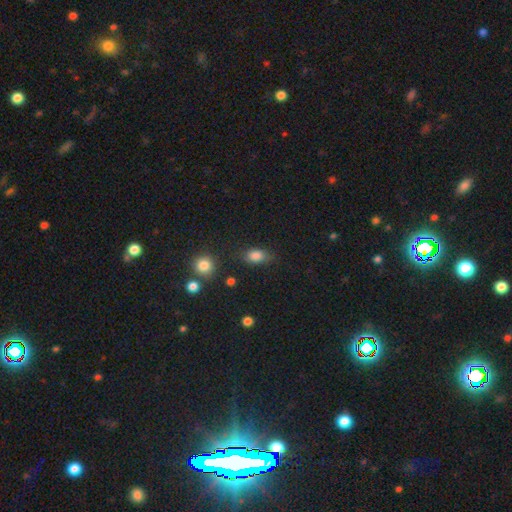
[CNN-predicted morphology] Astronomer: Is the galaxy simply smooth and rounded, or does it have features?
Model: smooth — 84%.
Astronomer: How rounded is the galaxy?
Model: in between — 80%.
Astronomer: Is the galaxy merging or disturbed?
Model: none — 71%.